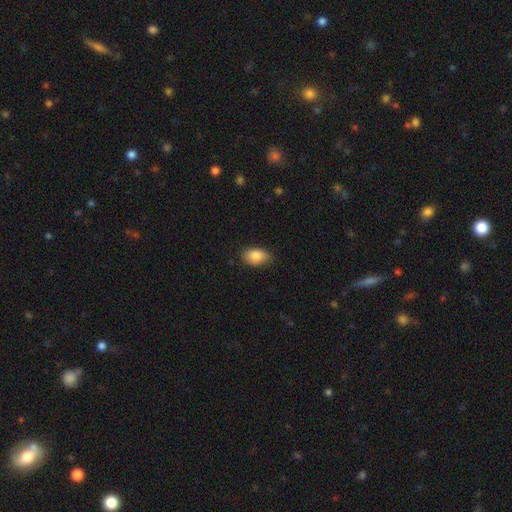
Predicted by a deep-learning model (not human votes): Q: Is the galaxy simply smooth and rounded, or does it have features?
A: smooth — 86%.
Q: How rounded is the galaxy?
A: in between — 88%.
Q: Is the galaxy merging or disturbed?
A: none — 83%.